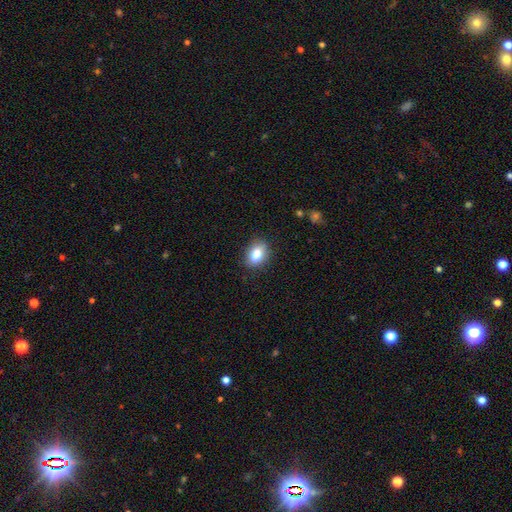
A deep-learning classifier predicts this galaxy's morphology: smooth-or-featured: smooth: 83% | featured or disk: 9% | star or artifact: 9%
  how-rounded: in between: 77% | round: 20% | cigar-shaped: 2%
  merging: none: 84% | minor disturbance: 12% | major disturbance: 3% | merger: 1%